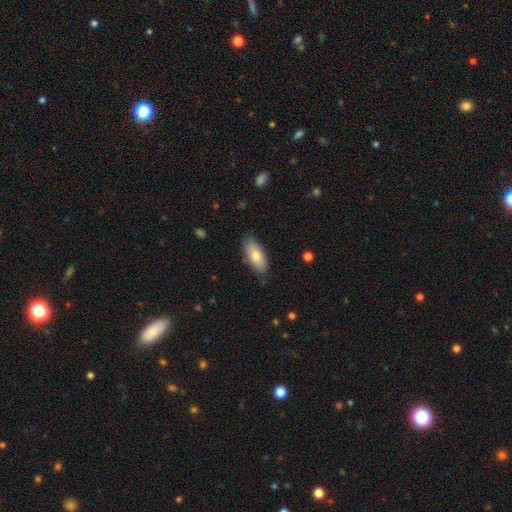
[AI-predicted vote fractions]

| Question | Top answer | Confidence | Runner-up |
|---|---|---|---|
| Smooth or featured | smooth | 78% | featured or disk (16%) |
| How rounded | in between | 83% | cigar-shaped (15%) |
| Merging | none | 80% | minor disturbance (16%) |